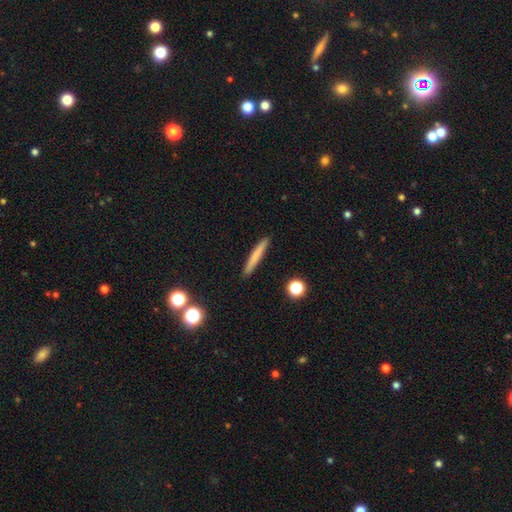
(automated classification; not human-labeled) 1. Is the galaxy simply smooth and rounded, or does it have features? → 70% smooth, 23% featured or disk, 7% star or artifact.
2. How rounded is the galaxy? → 96% cigar-shaped, 3% in between, 1% round.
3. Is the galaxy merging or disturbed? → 91% none, 6% minor disturbance, 1% major disturbance, 1% merger.